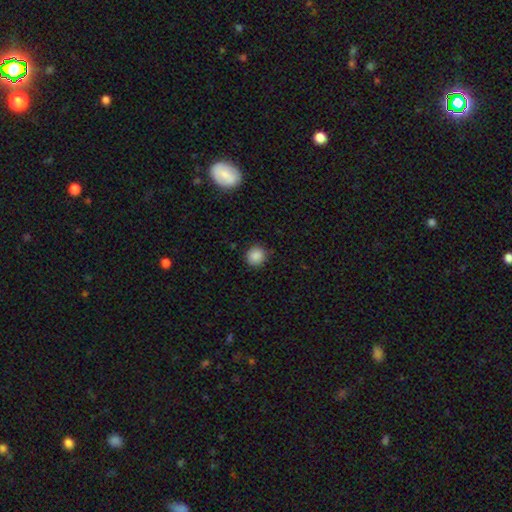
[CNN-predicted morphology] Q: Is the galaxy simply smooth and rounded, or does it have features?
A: smooth — 87%.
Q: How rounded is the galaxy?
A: round — 91%.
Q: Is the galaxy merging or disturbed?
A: none — 89%.